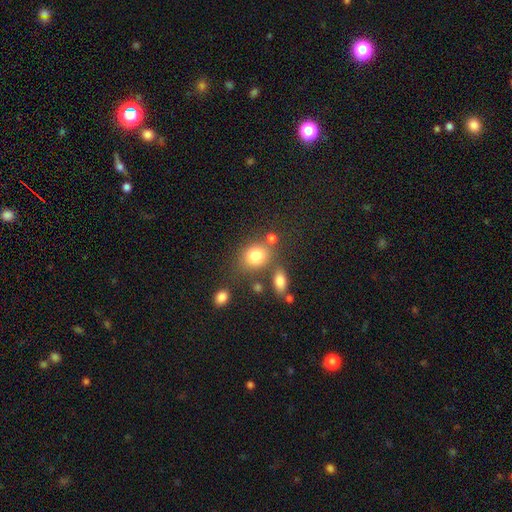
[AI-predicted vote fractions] Smooth or featured?
  - smooth: 81% *
  - star or artifact: 11%
  - featured or disk: 8%
How rounded?
  - round: 55% *
  - in between: 44%
  - cigar-shaped: 1%
Merging?
  - none: 60% *
  - merger: 18%
  - minor disturbance: 15%
  - major disturbance: 7%